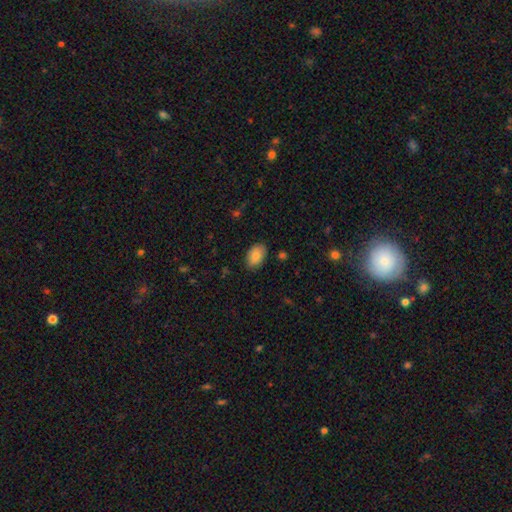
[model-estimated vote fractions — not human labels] Morphology: type=smooth (85%); roundness=in between (89%); merging=none (84%).